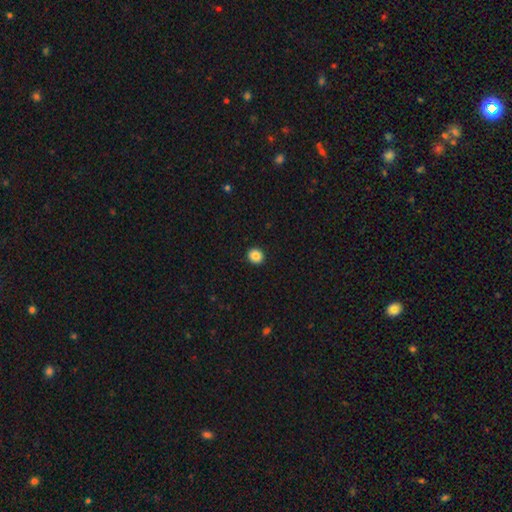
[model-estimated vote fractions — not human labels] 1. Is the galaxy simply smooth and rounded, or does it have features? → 86% smooth, 10% star or artifact, 4% featured or disk.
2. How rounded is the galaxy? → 84% round, 15% in between, 1% cigar-shaped.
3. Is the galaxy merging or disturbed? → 93% none, 5% minor disturbance, 1% major disturbance, 1% merger.